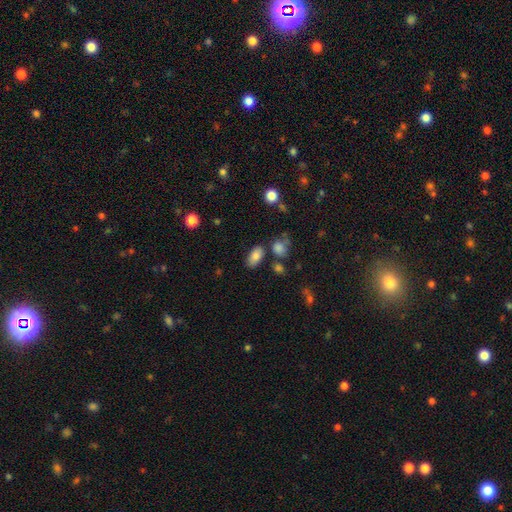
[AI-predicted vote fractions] Q: Smooth or featured?
A: smooth (81%); runner-up: featured or disk (10%)
Q: How rounded?
A: in between (91%); runner-up: round (6%)
Q: Merging?
A: none (73%); runner-up: minor disturbance (15%)